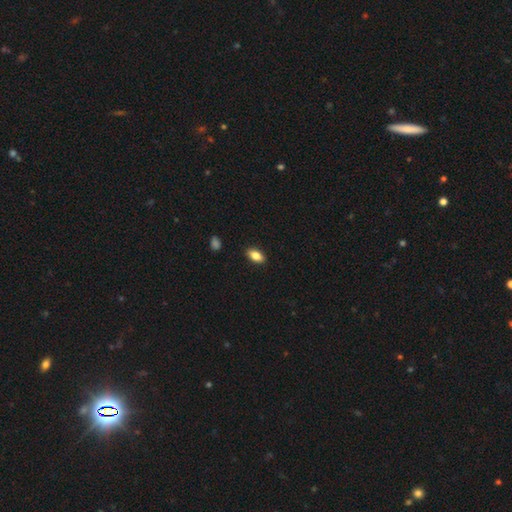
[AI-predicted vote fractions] A smooth galaxy with no disk features (83%) that is in between round and cigar-shaped (89%). Merging: none (90%).